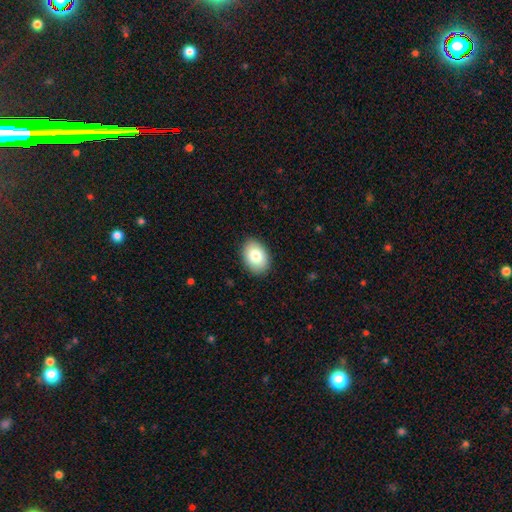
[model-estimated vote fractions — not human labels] smooth_or_featured: smooth (p=0.81) [alt: featured or disk p=0.11]
how_rounded: in between (p=0.81) [alt: round p=0.18]
merging: none (p=0.89) [alt: minor disturbance p=0.08]